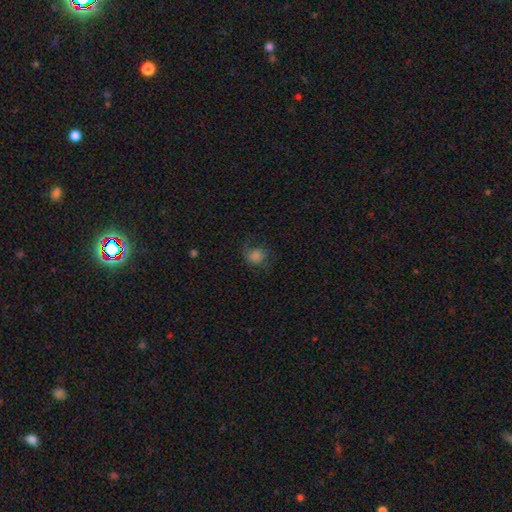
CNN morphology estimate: The model was most divided on "smooth or featured": smooth: 54%, featured or disk: 30%, star or artifact: 15%. More confident: how rounded — round (74%); merging — none (59%).